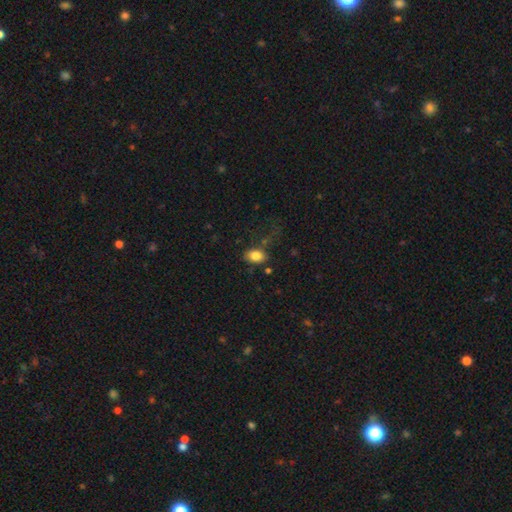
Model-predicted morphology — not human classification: The model was most divided on "merging": none: 70%, minor disturbance: 18%, major disturbance: 7%, merger: 5%. More confident: how rounded — in between (84%); smooth or featured — smooth (83%).